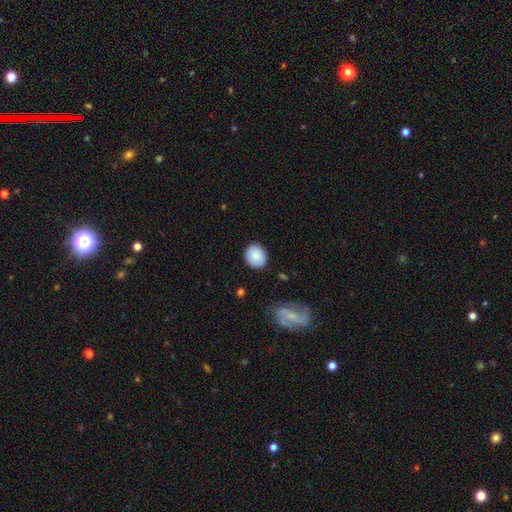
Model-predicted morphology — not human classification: type=smooth (85%); roundness=round (58%); merging=none (86%).